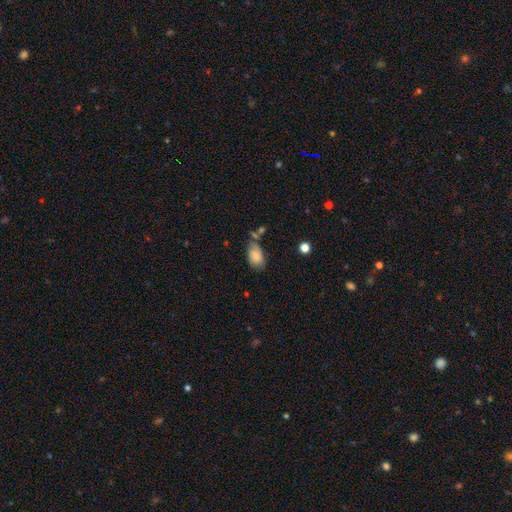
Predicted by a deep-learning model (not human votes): A smooth galaxy with no disk features (79%) that is in between round and cigar-shaped (91%).

Vote fractions:
- Smooth or featured? smooth: 79% / featured or disk: 13% / star or artifact: 8%
- How rounded? in between: 91% / round: 7% / cigar-shaped: 2%
- Merging? none: 53% / minor disturbance: 29% / merger: 10% / major disturbance: 9%